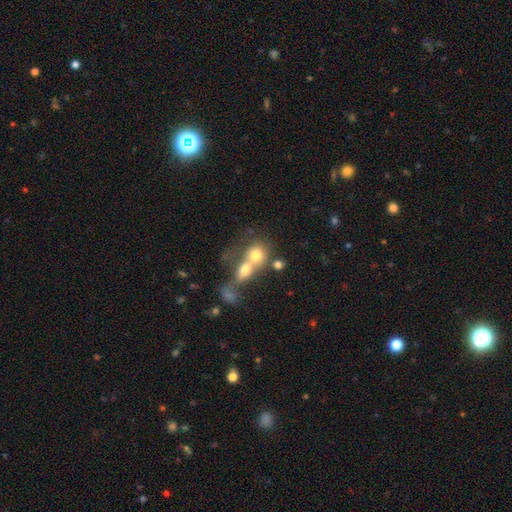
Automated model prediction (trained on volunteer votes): Q: Smooth or featured?
A: smooth (69%); runner-up: featured or disk (20%)
Q: How rounded?
A: round (63%); runner-up: in between (35%)
Q: Merging?
A: merger (65%); runner-up: none (21%)